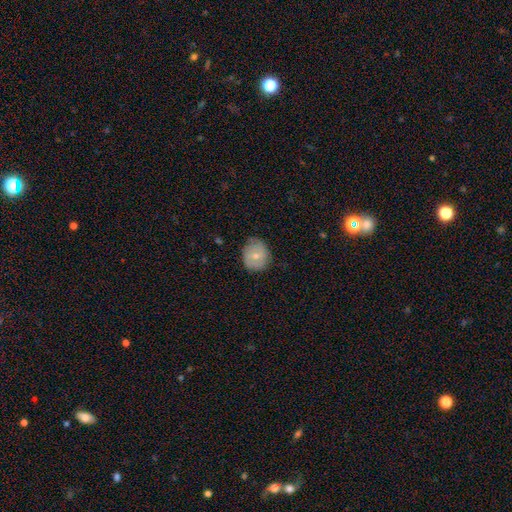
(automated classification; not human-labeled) Smooth or featured? Predicted: smooth (p=0.66). How rounded? Predicted: round (p=0.72). Merging? Predicted: none (p=0.72).